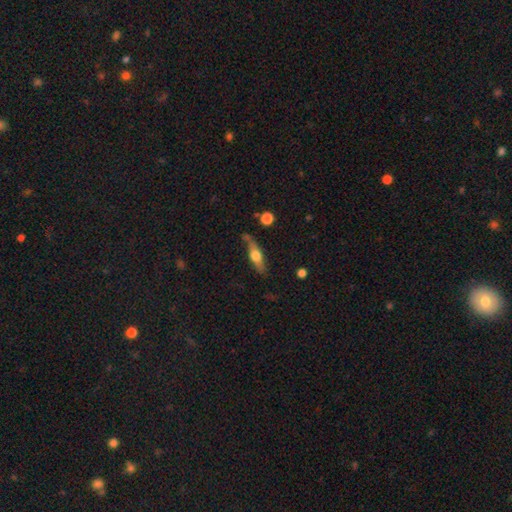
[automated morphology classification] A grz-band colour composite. It shows a smooth galaxy with no disk features (47%). Merging: none (64%).